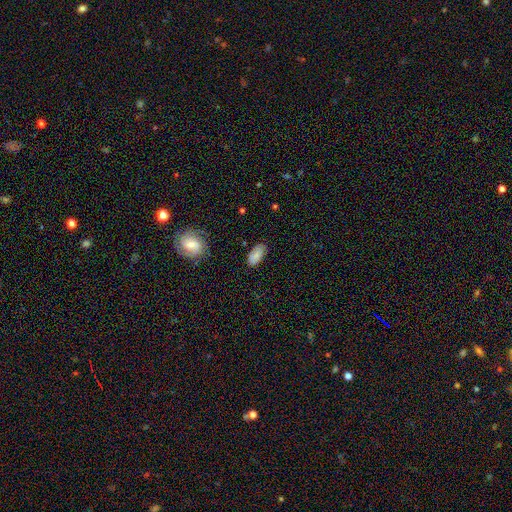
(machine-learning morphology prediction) Smooth or featured? Predicted: smooth (p=0.79). How rounded? Predicted: in between (p=0.93). Merging? Predicted: none (p=0.79).